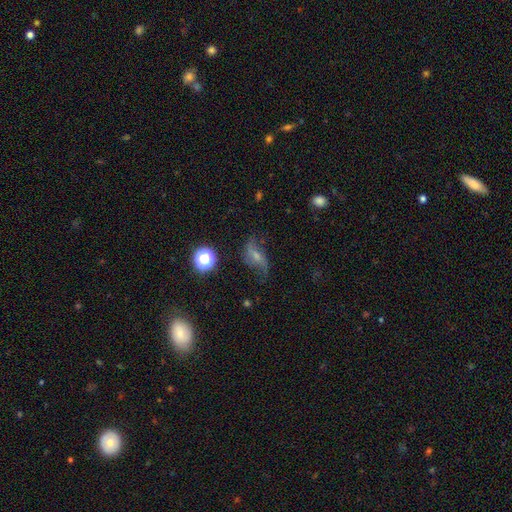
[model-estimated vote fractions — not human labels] Smooth or featured?
  - featured or disk: 51% *
  - smooth: 32%
  - star or artifact: 16%
Edge-on disk?
  - no: 91% *
  - yes: 9%
Merging?
  - none: 51% *
  - minor disturbance: 24%
  - major disturbance: 22%
  - merger: 3%